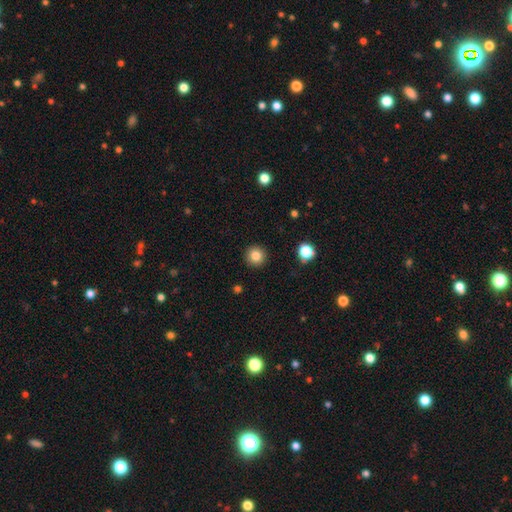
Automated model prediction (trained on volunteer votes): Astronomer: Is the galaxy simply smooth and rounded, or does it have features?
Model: smooth — 83%.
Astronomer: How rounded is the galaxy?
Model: round — 96%.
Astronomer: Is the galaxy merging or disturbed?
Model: none — 93%.